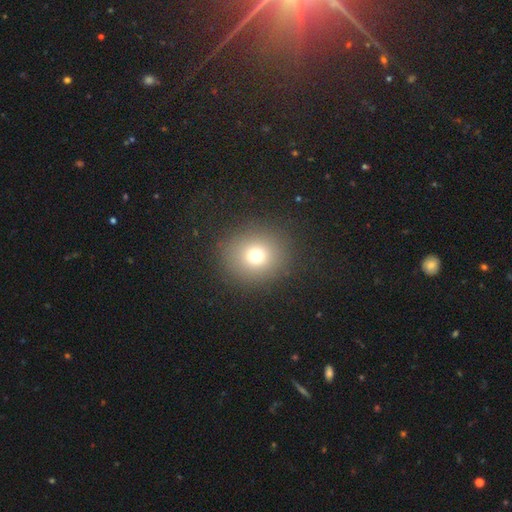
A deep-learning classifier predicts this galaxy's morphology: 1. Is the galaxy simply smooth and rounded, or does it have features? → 72% smooth, 18% star or artifact, 10% featured or disk.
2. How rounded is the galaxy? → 87% round, 12% in between, 1% cigar-shaped.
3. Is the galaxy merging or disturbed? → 89% none, 6% minor disturbance, 4% major disturbance, 1% merger.